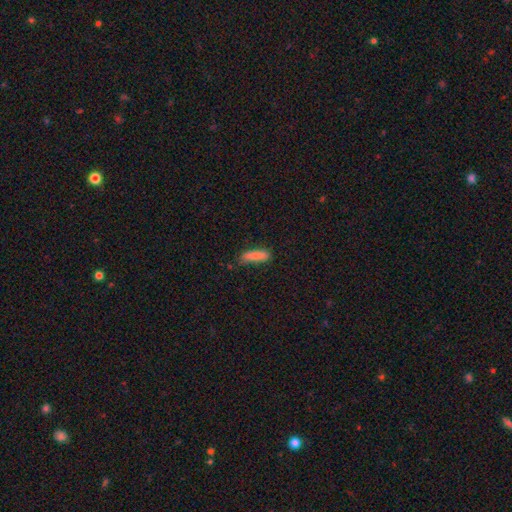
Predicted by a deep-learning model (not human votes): The model was most divided on "how rounded": cigar-shaped: 70%, in between: 29%, round: 2%. More confident: smooth or featured — smooth (85%); merging — none (68%).